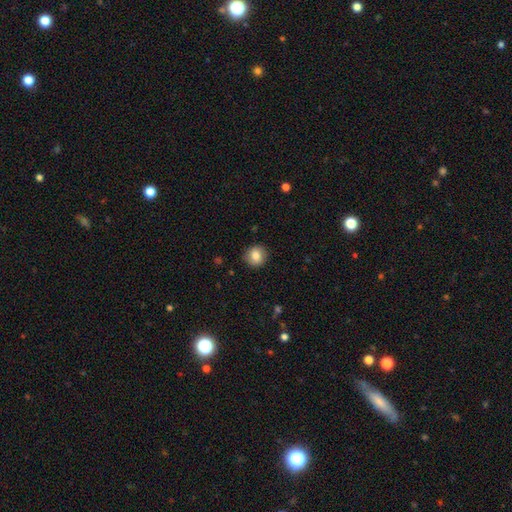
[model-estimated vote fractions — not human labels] This appears to be a smooth galaxy with no disk features (83%) that is round (84%). Merging: none (88%).